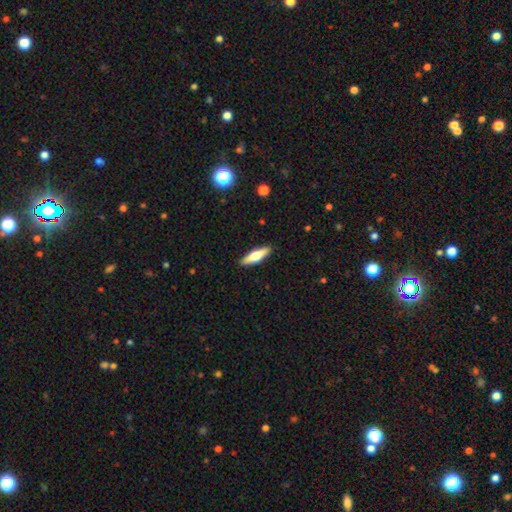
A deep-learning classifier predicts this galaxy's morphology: This is possibly a featured or disk galaxy (47%, tied with smooth). Merging: clearly none (91%).